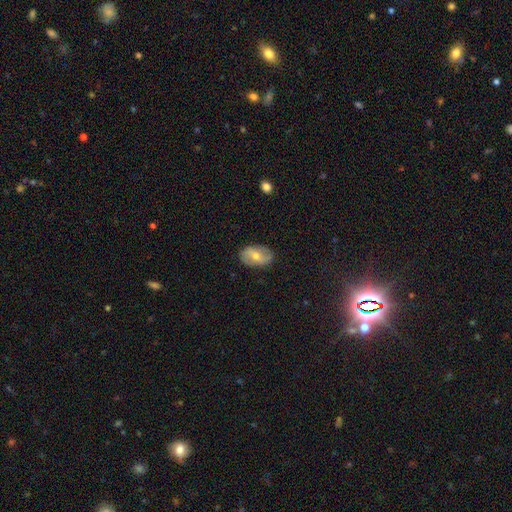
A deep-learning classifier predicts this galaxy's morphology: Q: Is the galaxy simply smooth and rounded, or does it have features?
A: featured or disk — 54%.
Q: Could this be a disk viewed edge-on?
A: no — 94%.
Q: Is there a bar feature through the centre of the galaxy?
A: weak — 39%.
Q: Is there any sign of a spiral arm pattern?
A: yes — 71%.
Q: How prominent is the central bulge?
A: moderate — 52%.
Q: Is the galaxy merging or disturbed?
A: none — 83%.